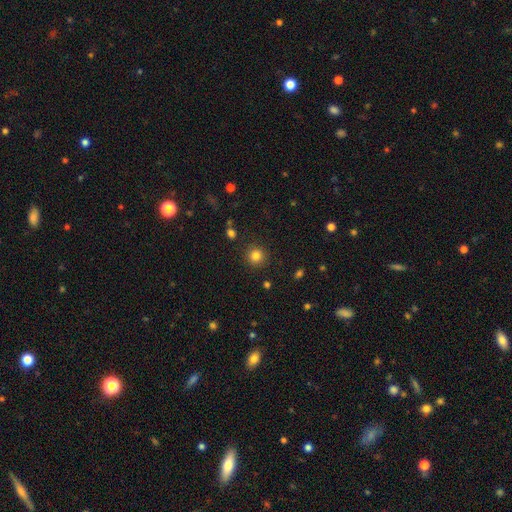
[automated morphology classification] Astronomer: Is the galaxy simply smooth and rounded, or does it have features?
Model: smooth — 82%.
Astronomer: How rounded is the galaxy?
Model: round — 93%.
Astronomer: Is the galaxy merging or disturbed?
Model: none — 90%.